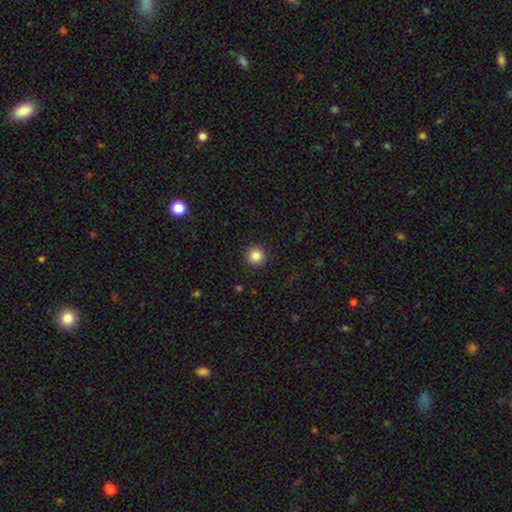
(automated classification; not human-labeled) The model was most divided on "smooth or featured": smooth: 86%, star or artifact: 10%, featured or disk: 4%. More confident: how rounded — round (96%); merging — none (92%).